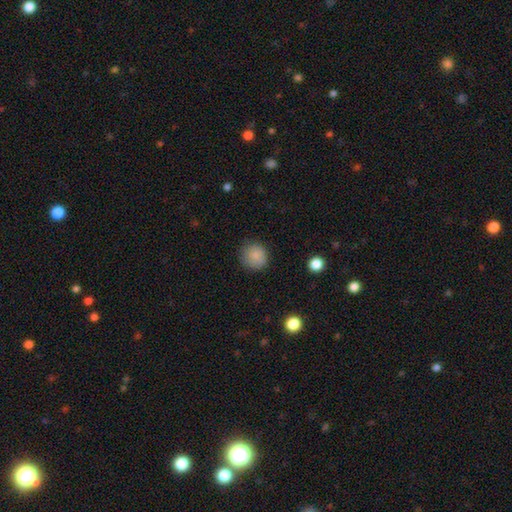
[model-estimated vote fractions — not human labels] Smooth or featured: smooth — 86% (star or artifact — 9%)
How rounded: round — 90% (in between — 9%)
Merging: none — 83% (minor disturbance — 12%)